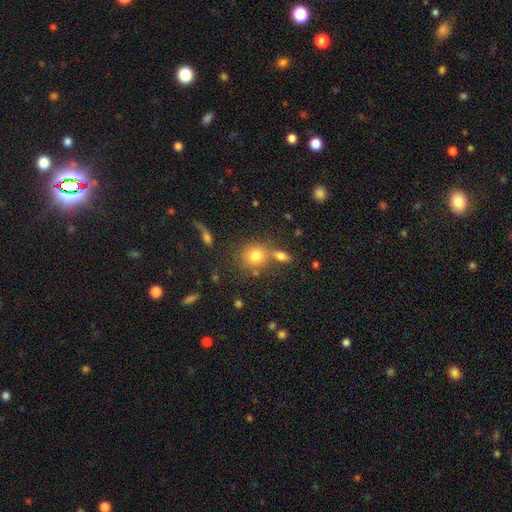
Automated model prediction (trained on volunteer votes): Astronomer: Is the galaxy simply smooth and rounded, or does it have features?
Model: smooth — 77%.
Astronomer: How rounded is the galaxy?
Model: round — 80%.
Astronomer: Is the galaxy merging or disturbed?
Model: none — 56%.